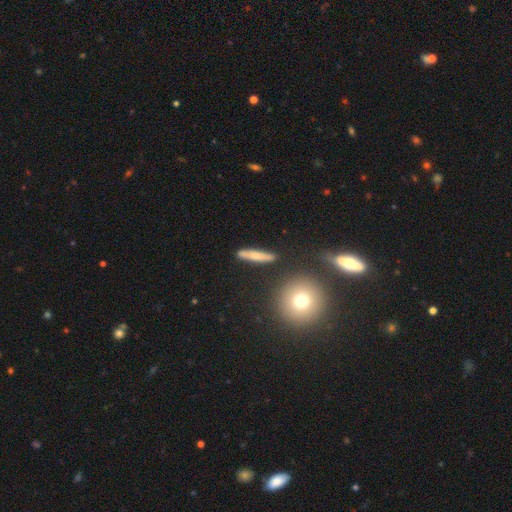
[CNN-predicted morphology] This appears to be a smooth galaxy with no disk features (57%) that is cigar-shaped (85%). Merging: none (85%).